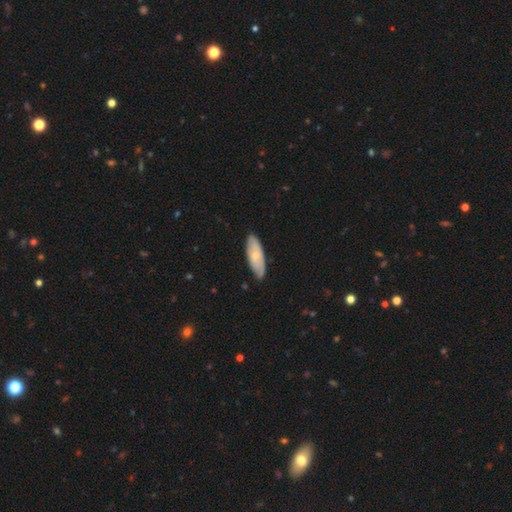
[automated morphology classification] type=smooth (62%); roundness=in between (66%); merging=none (80%).